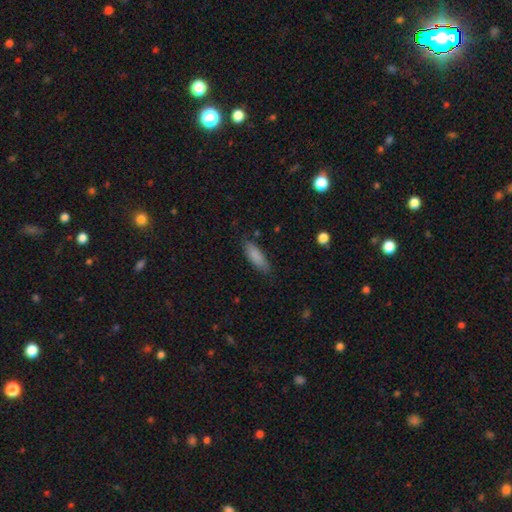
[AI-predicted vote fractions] The model was most divided on "how rounded": in between: 55%, cigar-shaped: 43%, round: 2%. More confident: smooth or featured — smooth (86%); merging — none (82%).